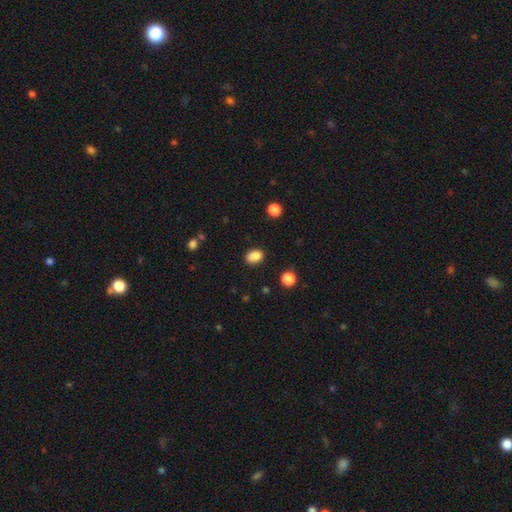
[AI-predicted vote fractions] smooth-or-featured: smooth: 86% | star or artifact: 10% | featured or disk: 4%
  how-rounded: in between: 77% | round: 22% | cigar-shaped: 1%
  merging: none: 82% | minor disturbance: 13% | major disturbance: 3% | merger: 2%